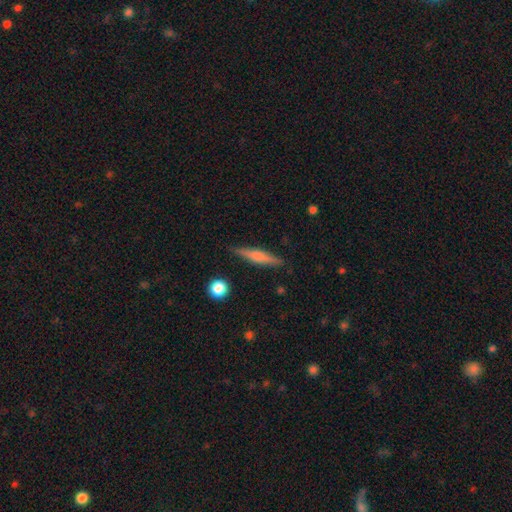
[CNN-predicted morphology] featured or disk 54%, smooth 35%, star or artifact 11%. Down the decision tree: edge-on disk — yes (94%); edge-on bulge — rounded (74%); merging — none (88%).